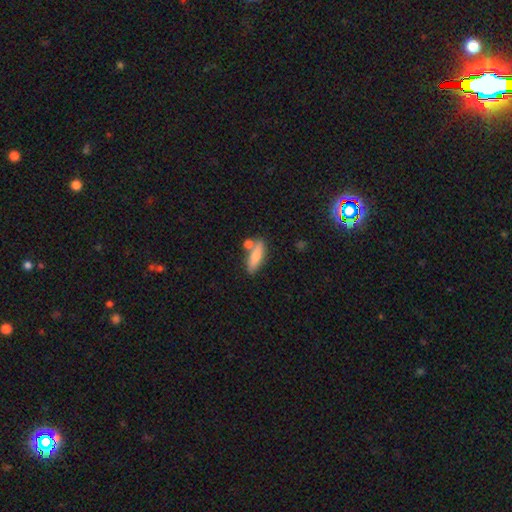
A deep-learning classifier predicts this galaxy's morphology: A smooth galaxy with no disk features (74%) that is cigar-shaped (57%). Merging: none (65%).